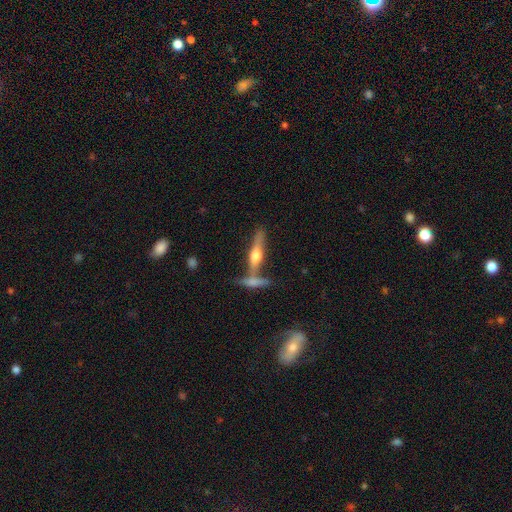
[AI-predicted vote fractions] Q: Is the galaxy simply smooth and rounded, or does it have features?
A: featured or disk — 62%.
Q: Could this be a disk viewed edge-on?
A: yes — 93%.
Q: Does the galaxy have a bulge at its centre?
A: rounded — 92%.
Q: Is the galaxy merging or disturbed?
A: none — 61%.